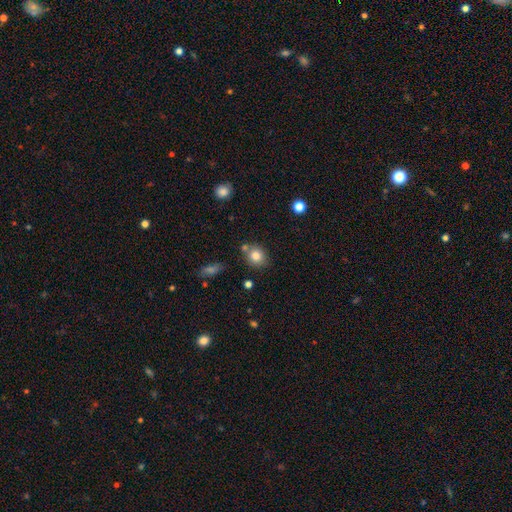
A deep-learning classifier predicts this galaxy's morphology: The model was most divided on "how rounded": round: 78%, in between: 21%, cigar-shaped: 1%. More confident: smooth or featured — smooth (82%); merging — none (72%).